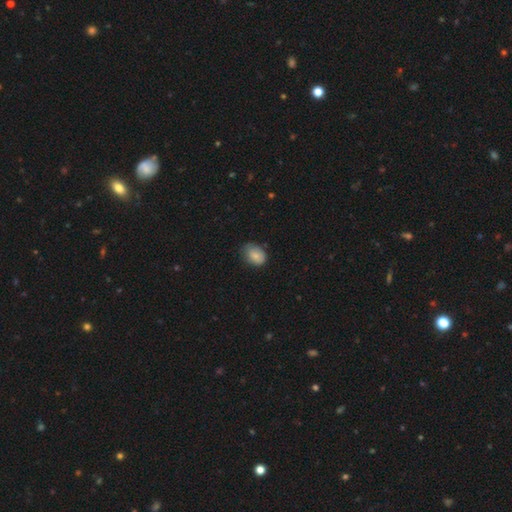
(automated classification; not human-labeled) Smooth or featured?
  - smooth: 81% *
  - featured or disk: 11%
  - star or artifact: 8%
How rounded?
  - in between: 77% *
  - round: 22%
  - cigar-shaped: 1%
Merging?
  - none: 62% *
  - minor disturbance: 30%
  - major disturbance: 6%
  - merger: 1%